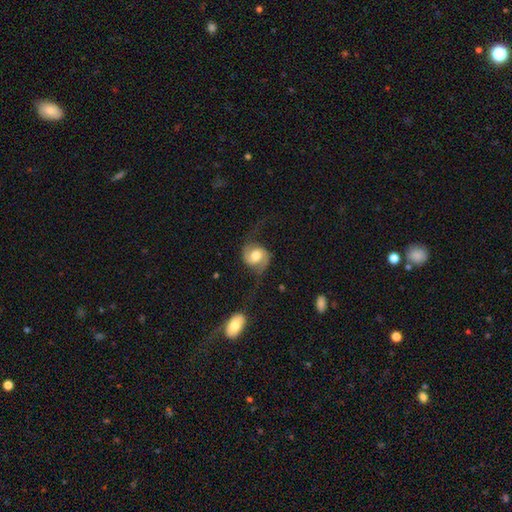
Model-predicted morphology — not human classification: Smooth or featured? featured or disk (76%)
Edge-on disk? no (97%)
Bar? no (52%)
Spiral arms? yes (95%)
Spiral winding? loose (53%)
Spiral arm count? 2 (92%)
Bulge size? moderate (64%)
Merging? none (64%)